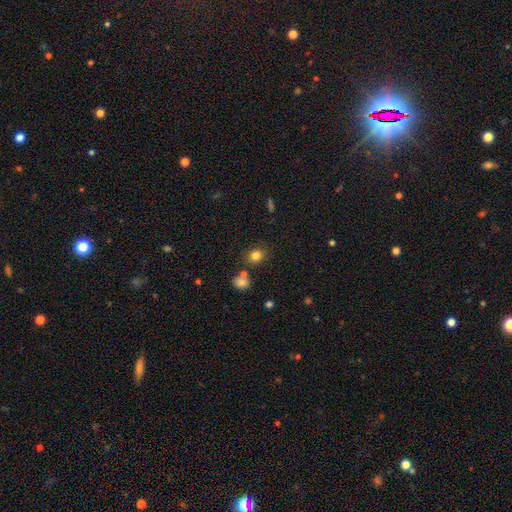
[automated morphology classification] Smooth or featured: smooth — 81% (star or artifact — 13%)
How rounded: round — 71% (in between — 28%)
Merging: none — 77% (minor disturbance — 10%)